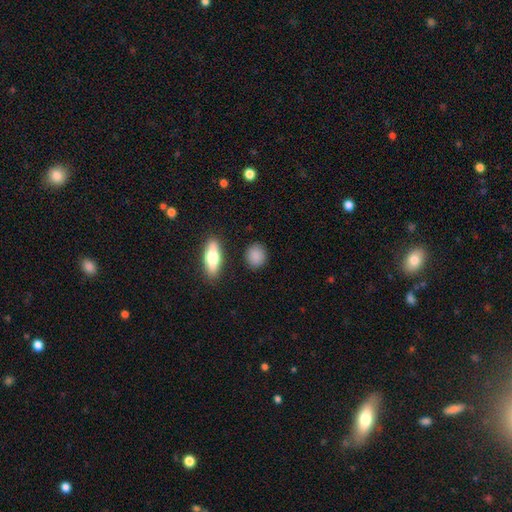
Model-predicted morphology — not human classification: Q: Smooth or featured?
A: smooth (87%); runner-up: star or artifact (7%)
Q: How rounded?
A: round (65%); runner-up: in between (30%)
Q: Merging?
A: none (86%); runner-up: minor disturbance (9%)